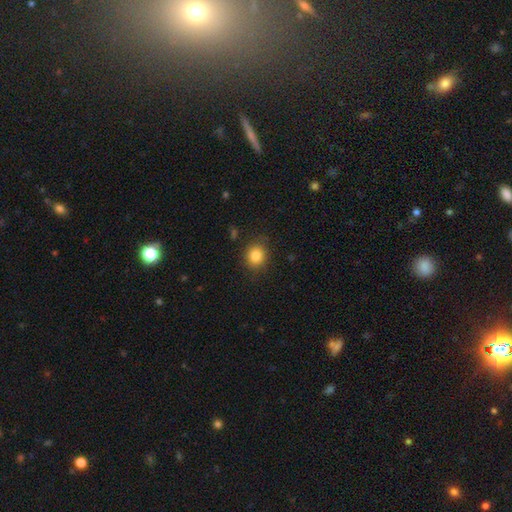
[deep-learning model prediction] This appears to be a smooth galaxy with no disk features (83%) that is round (74%). Merging: none (83%).